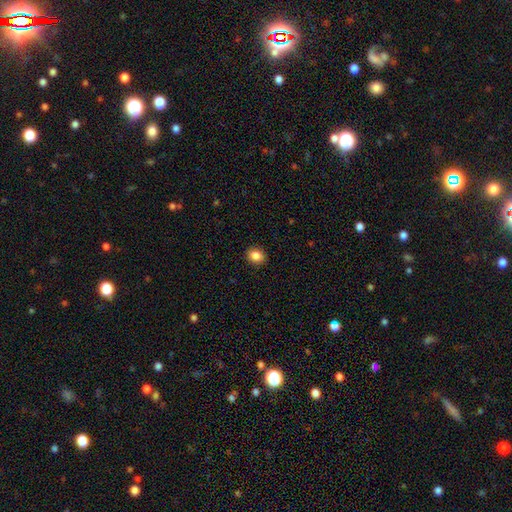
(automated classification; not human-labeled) A smooth galaxy with no disk features (86%) that is round (59%).

Vote fractions:
- Smooth or featured? smooth: 86% / star or artifact: 9% / featured or disk: 5%
- How rounded? round: 59% / in between: 40% / cigar-shaped: 1%
- Merging? none: 91% / minor disturbance: 7% / major disturbance: 2% / merger: 1%